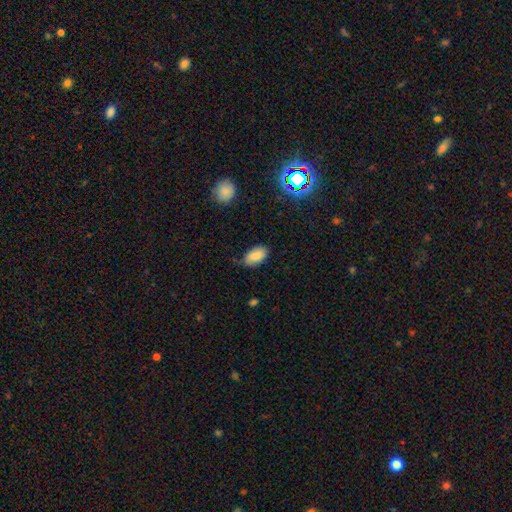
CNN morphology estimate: This appears to be a smooth galaxy with no disk features (85%) that is in between round and cigar-shaped (94%). Merging: none (77%).